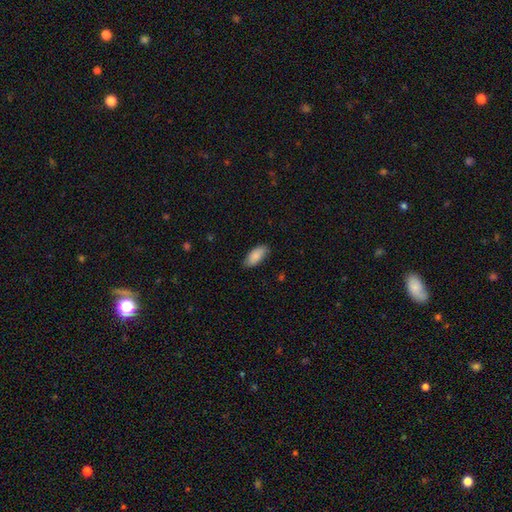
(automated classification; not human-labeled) A smooth galaxy with no disk features (87%) that is in between round and cigar-shaped (89%).

Vote fractions:
- Smooth or featured? smooth: 87% / featured or disk: 7% / star or artifact: 6%
- How rounded? in between: 89% / cigar-shaped: 10% / round: 2%
- Merging? none: 81% / minor disturbance: 15% / major disturbance: 3% / merger: 1%